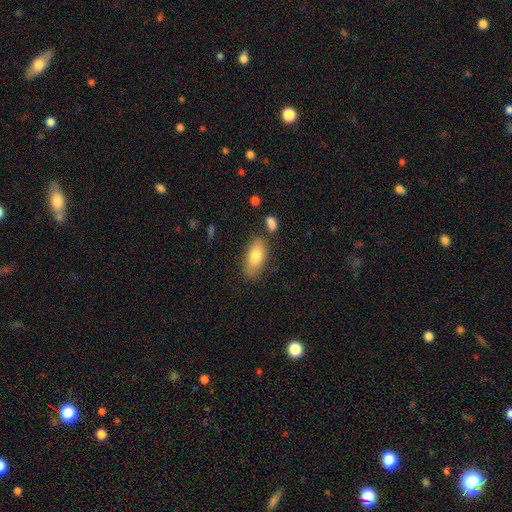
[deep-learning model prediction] Smooth or featured?
  - smooth: 79% *
  - featured or disk: 14%
  - star or artifact: 7%
How rounded?
  - in between: 85% *
  - cigar-shaped: 12%
  - round: 3%
Merging?
  - none: 76% *
  - minor disturbance: 15%
  - merger: 6%
  - major disturbance: 3%